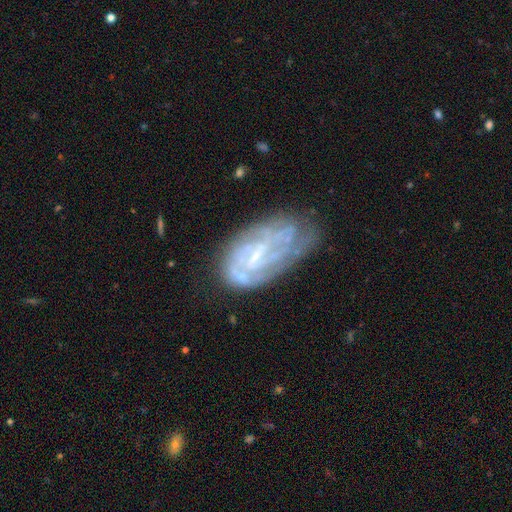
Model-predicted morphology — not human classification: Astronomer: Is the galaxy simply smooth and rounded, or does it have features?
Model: featured or disk — 78%.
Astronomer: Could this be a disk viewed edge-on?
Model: no — 96%.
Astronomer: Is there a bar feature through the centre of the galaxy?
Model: weak — 48% (runner-up: no, 33%).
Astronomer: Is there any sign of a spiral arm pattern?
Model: yes — 77%.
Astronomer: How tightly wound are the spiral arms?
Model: tight — 56% (runner-up: medium, 32%).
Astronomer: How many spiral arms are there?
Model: can't tell — 52%.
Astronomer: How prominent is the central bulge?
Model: small — 63%.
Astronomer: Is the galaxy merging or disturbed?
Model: none — 48% (runner-up: minor disturbance, 29%).